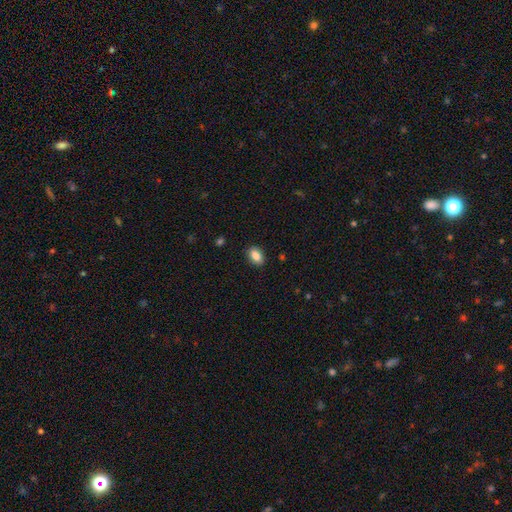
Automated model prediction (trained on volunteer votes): Smooth or featured? smooth (87%)
How rounded? in between (87%)
Merging? none (87%)